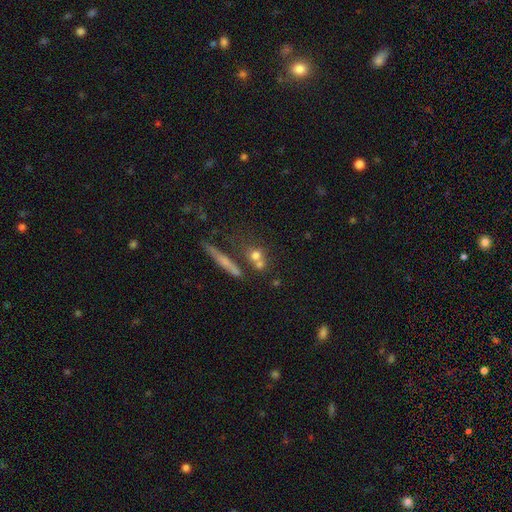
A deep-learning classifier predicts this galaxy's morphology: type=smooth (62%); roundness=round (63%); merging=none (51%).